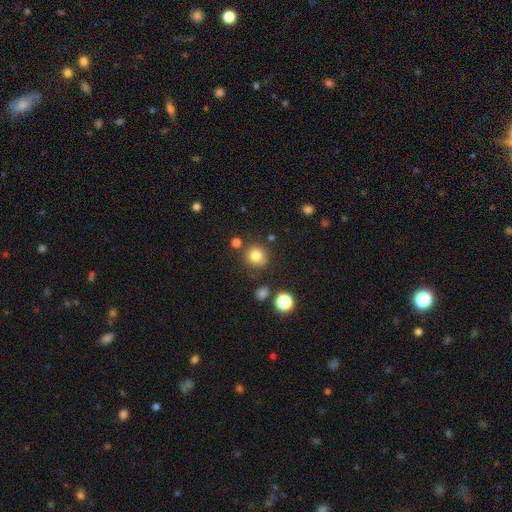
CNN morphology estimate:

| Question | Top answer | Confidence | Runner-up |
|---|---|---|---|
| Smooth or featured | smooth | 80% | star or artifact (13%) |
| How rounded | round | 89% | in between (10%) |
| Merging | none | 78% | minor disturbance (12%) |